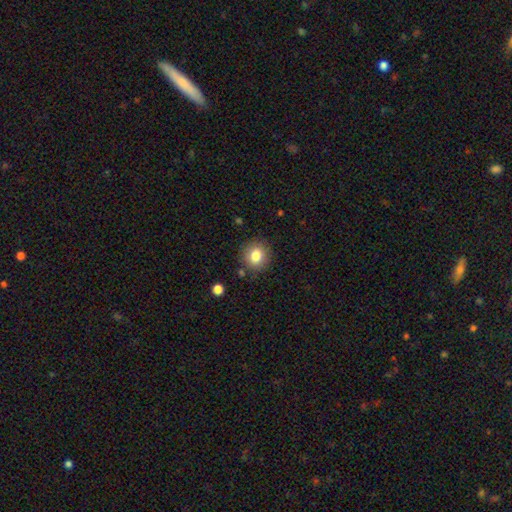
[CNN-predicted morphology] Overall: smooth (81%). How rounded: round (85%). Merging: none (85%).